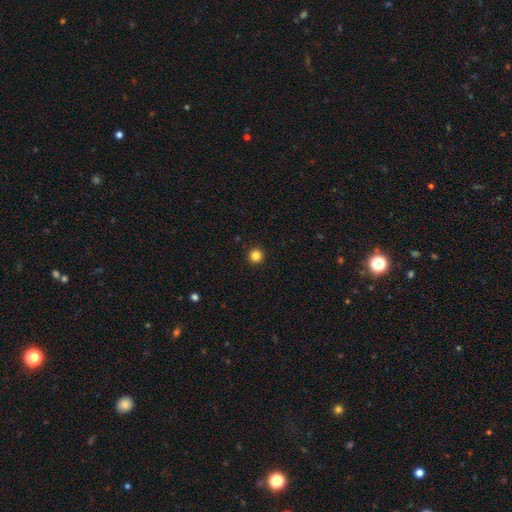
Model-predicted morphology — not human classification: smooth_or_featured: smooth (p=0.85) [alt: star or artifact p=0.12]
how_rounded: round (p=0.96) [alt: in between p=0.03]
merging: none (p=0.94) [alt: minor disturbance p=0.04]